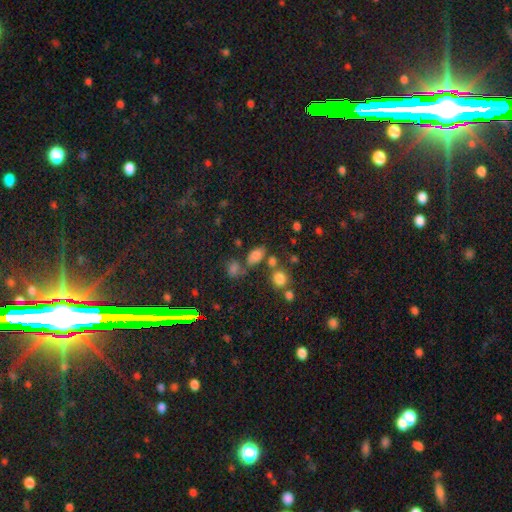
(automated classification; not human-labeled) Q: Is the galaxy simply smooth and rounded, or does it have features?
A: smooth — 75%.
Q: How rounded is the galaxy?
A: in between — 84%.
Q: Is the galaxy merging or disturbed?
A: none — 55%.